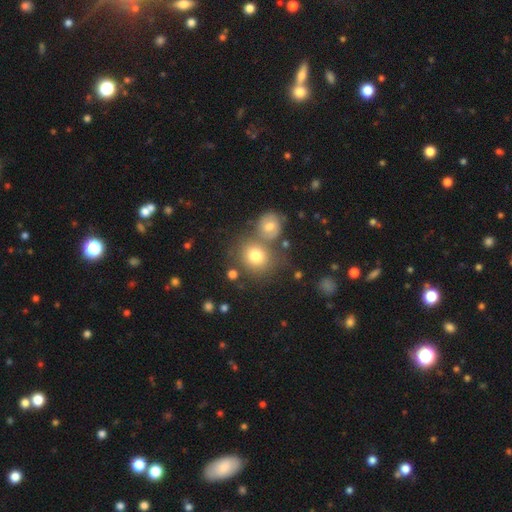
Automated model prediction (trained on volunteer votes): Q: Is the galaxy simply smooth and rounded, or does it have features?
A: smooth — 77%.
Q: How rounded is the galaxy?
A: round — 78%.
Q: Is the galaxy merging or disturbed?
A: none — 58%.